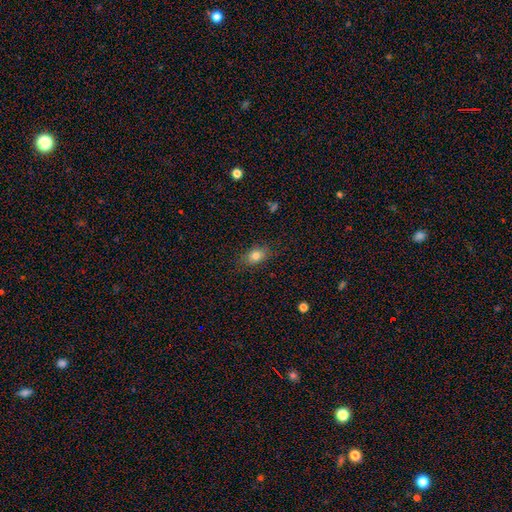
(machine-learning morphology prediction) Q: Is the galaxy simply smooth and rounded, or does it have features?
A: smooth — 81%.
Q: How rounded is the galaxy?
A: in between — 78%.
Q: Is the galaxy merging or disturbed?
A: none — 81%.